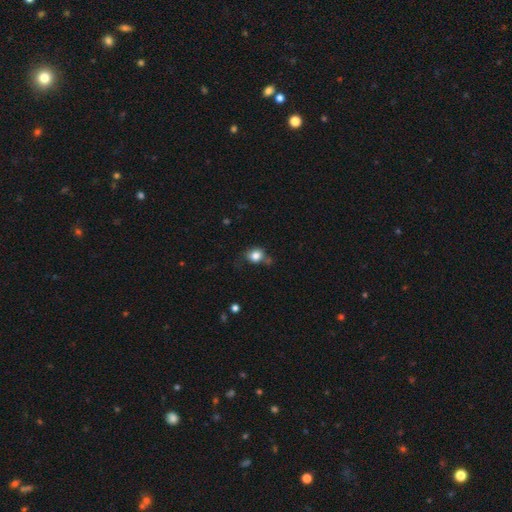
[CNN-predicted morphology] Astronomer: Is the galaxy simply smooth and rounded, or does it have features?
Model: smooth — 81%.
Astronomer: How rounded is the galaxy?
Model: round — 69%.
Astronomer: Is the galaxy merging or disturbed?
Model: none — 56%.